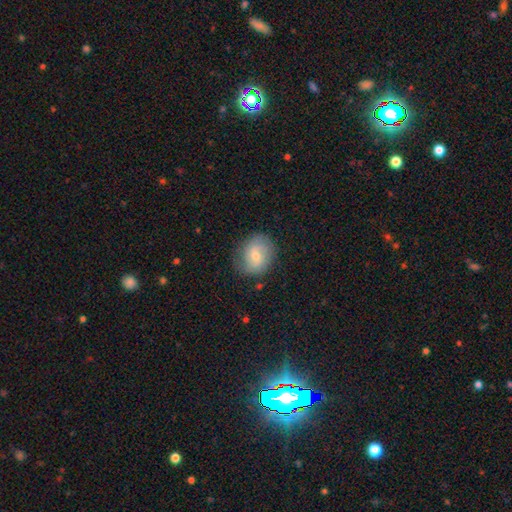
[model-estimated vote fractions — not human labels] The model was most divided on "smooth or featured": smooth: 50%, featured or disk: 43%, star or artifact: 7%. More confident: merging — none (77%).